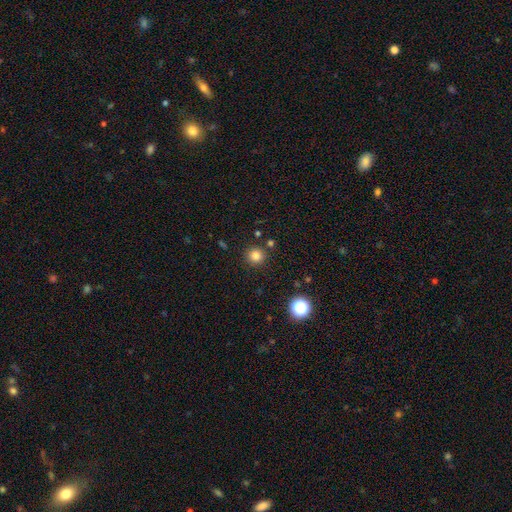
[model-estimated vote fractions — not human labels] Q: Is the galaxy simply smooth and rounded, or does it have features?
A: smooth — 81%.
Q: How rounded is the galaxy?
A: round — 94%.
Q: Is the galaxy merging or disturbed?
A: none — 87%.